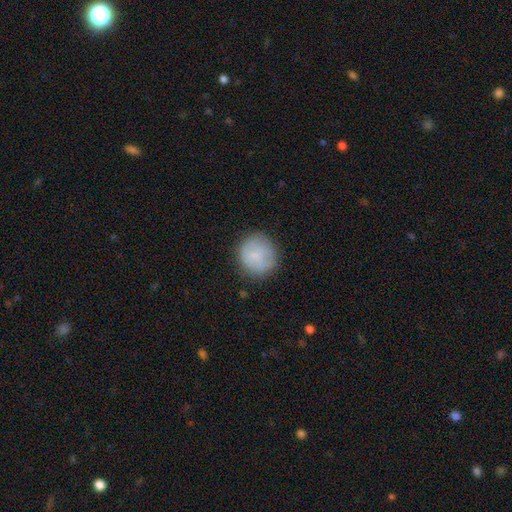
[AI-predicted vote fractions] Morphology: type=smooth (78%); roundness=round (91%); merging=none (79%).